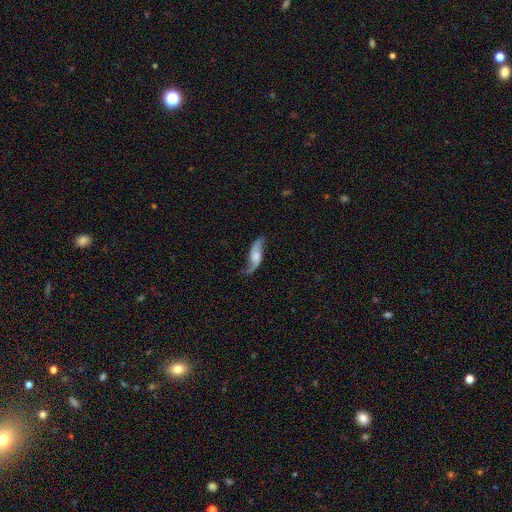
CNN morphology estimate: smooth-or-featured: featured or disk: 77% | smooth: 17% | star or artifact: 6%
  disk-edge-on: no: 88% | yes: 12%
    bar: no: 59% | weak: 32% | strong: 9%
    has-spiral-arms: yes: 94% | no: 6%
      spiral-winding: loose: 84% | medium: 13% | tight: 4%
      spiral-arm-count: 2: 90% | 1: 4% | can't tell: 2% | 3: 1% | 4: 1% | more than 4: 1%
    bulge-size: moderate: 42% | small: 26% | large: 15% | none: 13% | dominant: 2%
  merging: none: 69% | minor disturbance: 20% | major disturbance: 9% | merger: 2%